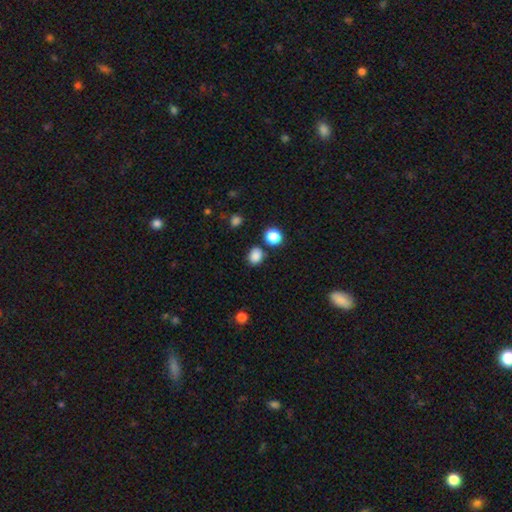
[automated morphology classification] Smooth or featured? smooth (84%)
How rounded? round (58%)
Merging? none (78%)